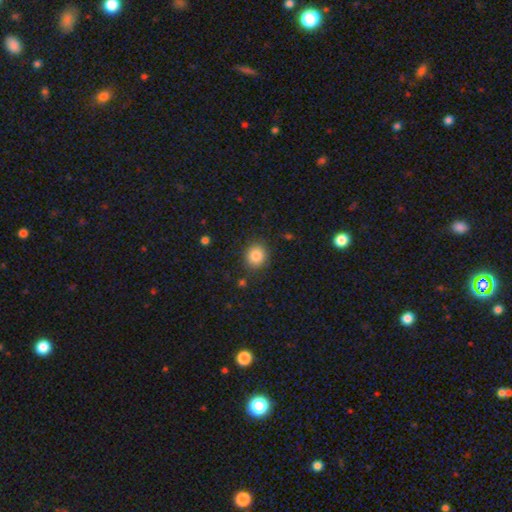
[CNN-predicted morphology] smooth 84%, star or artifact 10%, featured or disk 6%. Down the decision tree: how rounded — round (84%); merging — none (86%).